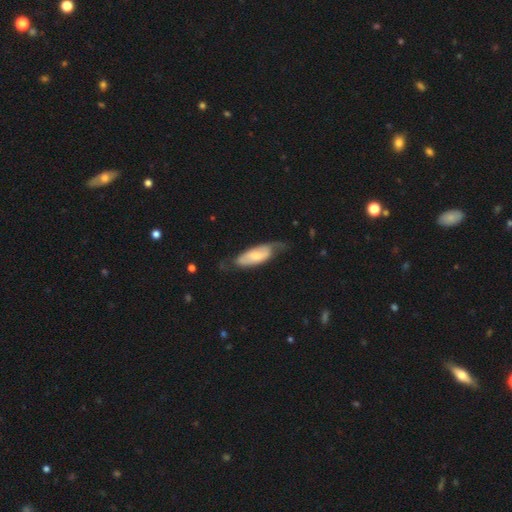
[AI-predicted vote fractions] This is possibly a smooth galaxy (48%). Merging: possibly none (46%).